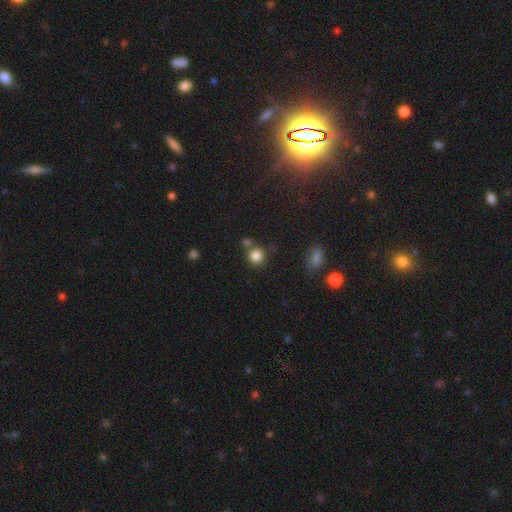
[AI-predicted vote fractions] smooth-or-featured: smooth: 83% | star or artifact: 12% | featured or disk: 6%
  how-rounded: round: 87% | in between: 12% | cigar-shaped: 1%
  merging: none: 64% | merger: 20% | minor disturbance: 11% | major disturbance: 4%